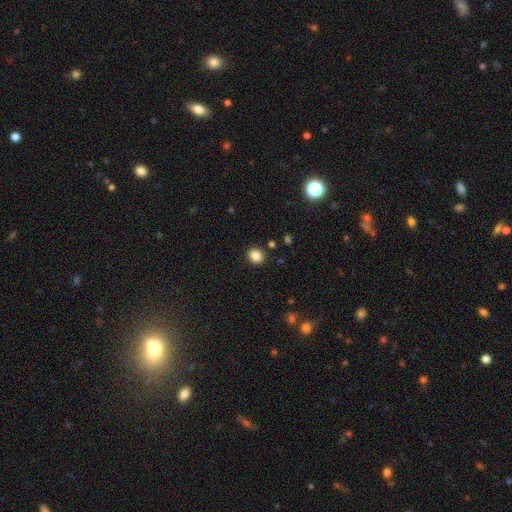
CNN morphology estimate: A smooth galaxy with no disk features (85%) that is round (69%). Merging: none (89%).